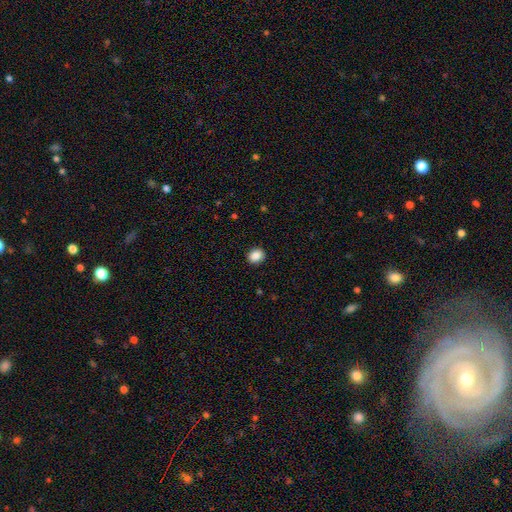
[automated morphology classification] smooth-or-featured: smooth: 88% | star or artifact: 9% | featured or disk: 3%
  how-rounded: round: 59% | in between: 41% | cigar-shaped: 1%
  merging: none: 91% | minor disturbance: 6% | major disturbance: 2% | merger: 1%